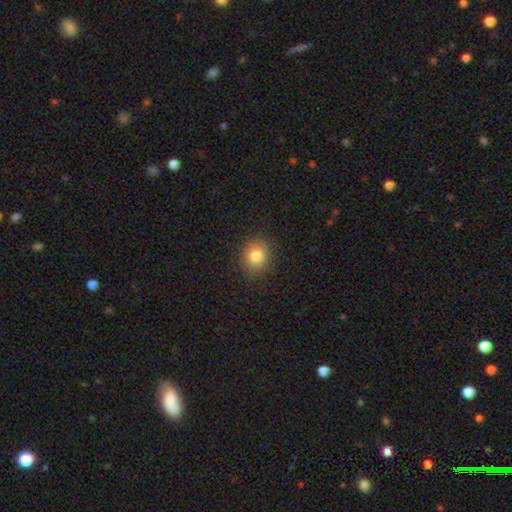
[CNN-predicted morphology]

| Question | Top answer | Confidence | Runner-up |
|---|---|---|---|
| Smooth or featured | smooth | 81% | star or artifact (12%) |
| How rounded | round | 78% | in between (21%) |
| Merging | none | 88% | minor disturbance (8%) |